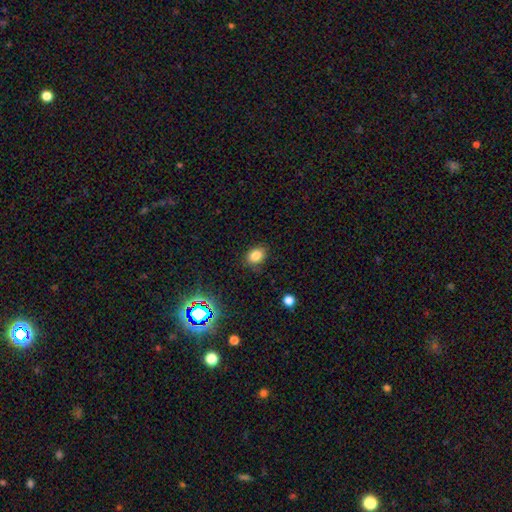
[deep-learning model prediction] Q: Smooth or featured?
A: smooth (80%); runner-up: star or artifact (14%)
Q: How rounded?
A: in between (59%); runner-up: round (40%)
Q: Merging?
A: none (79%); runner-up: minor disturbance (15%)